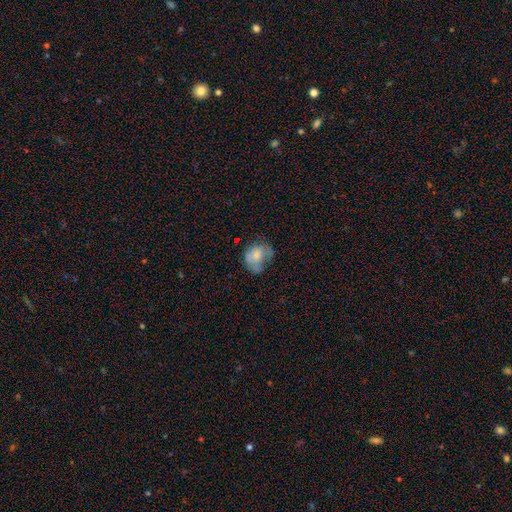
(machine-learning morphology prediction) Smooth or featured: smooth — 65% (featured or disk — 27%)
How rounded: round — 53% (in between — 46%)
Merging: none — 41% (minor disturbance — 32%)